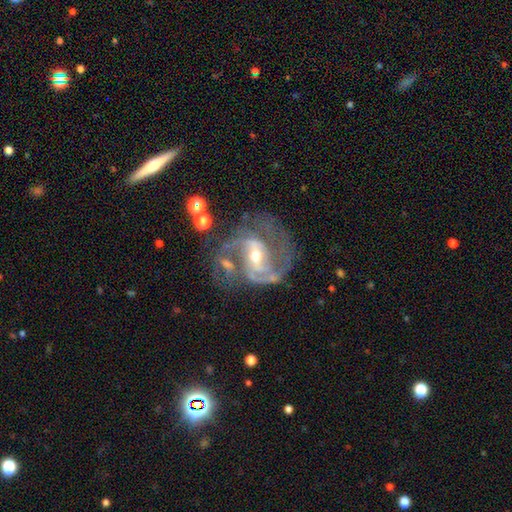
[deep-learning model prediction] Smooth or featured?
  - featured or disk: 90% *
  - star or artifact: 6%
  - smooth: 4%
Edge-on disk?
  - no: 98% *
  - yes: 2%
Bar?
  - weak: 44% *
  - strong: 35%
  - no: 21%
Spiral arms?
  - yes: 96% *
  - no: 4%
Spiral winding?
  - medium: 55% *
  - tight: 25%
  - loose: 19%
Spiral arm count?
  - 2: 73% *
  - 3: 11%
  - can't tell: 8%
  - 1: 4%
  - 4: 3%
  - more than 4: 2%
Bulge size?
  - moderate: 56% *
  - small: 40%
  - large: 3%
  - none: 1%
  - dominant: 1%
Merging?
  - none: 50% *
  - major disturbance: 21%
  - minor disturbance: 20%
  - merger: 8%